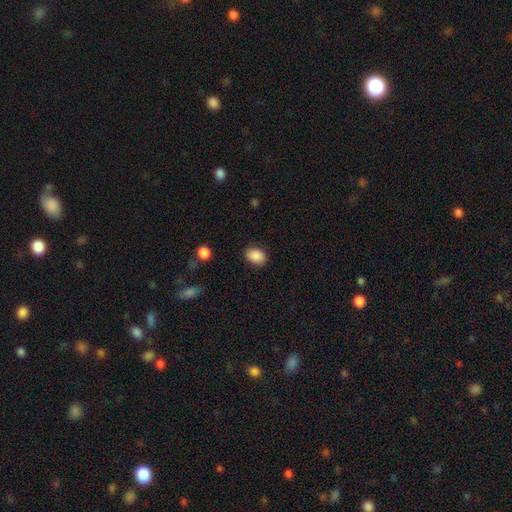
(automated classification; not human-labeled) Smooth or featured? smooth (88%)
How rounded? in between (65%)
Merging? none (81%)